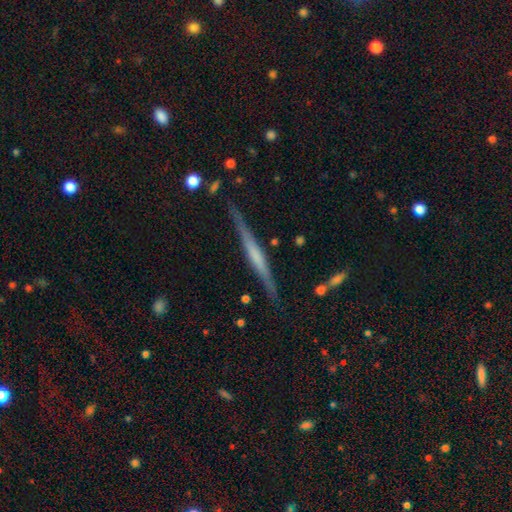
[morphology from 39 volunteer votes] Overall: featured or disk (69%). Edge-on disk: yes (100%). Edge-on bulge: none (85%). Merging: none (84%).